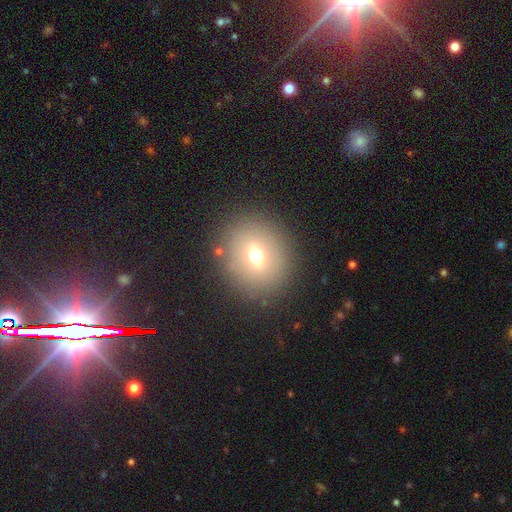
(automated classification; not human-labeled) Smooth or featured? smooth (64%)
How rounded? round (75%)
Merging? none (85%)